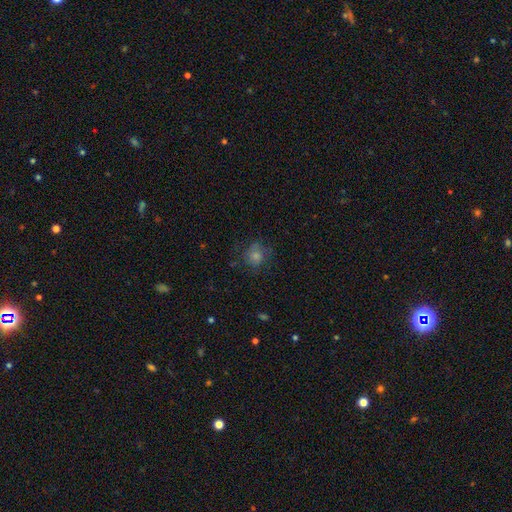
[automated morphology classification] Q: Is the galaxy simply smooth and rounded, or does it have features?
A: smooth — 52%.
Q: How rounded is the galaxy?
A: round — 79%.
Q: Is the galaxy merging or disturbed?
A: none — 70%.